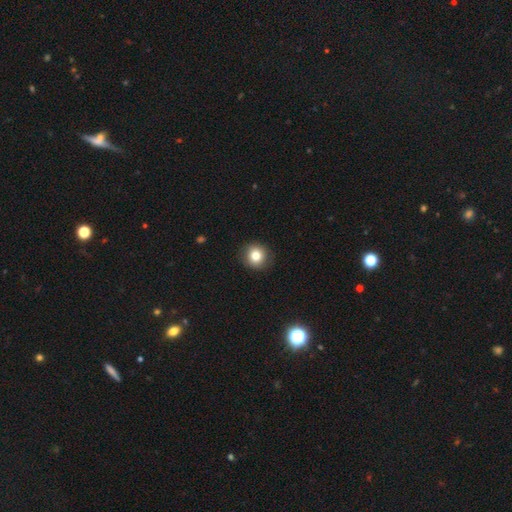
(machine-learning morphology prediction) Smooth or featured? Predicted: smooth (p=0.80). How rounded? Predicted: round (p=0.92). Merging? Predicted: none (p=0.90).